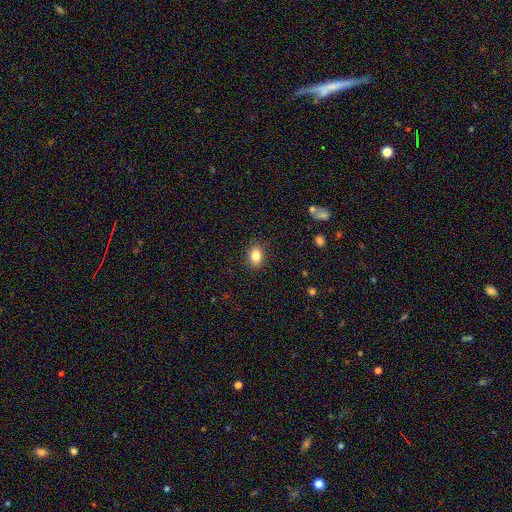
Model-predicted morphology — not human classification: Smooth or featured?
  - smooth: 84% *
  - star or artifact: 10%
  - featured or disk: 7%
How rounded?
  - in between: 66% *
  - round: 33%
  - cigar-shaped: 1%
Merging?
  - none: 88% *
  - minor disturbance: 9%
  - major disturbance: 2%
  - merger: 1%